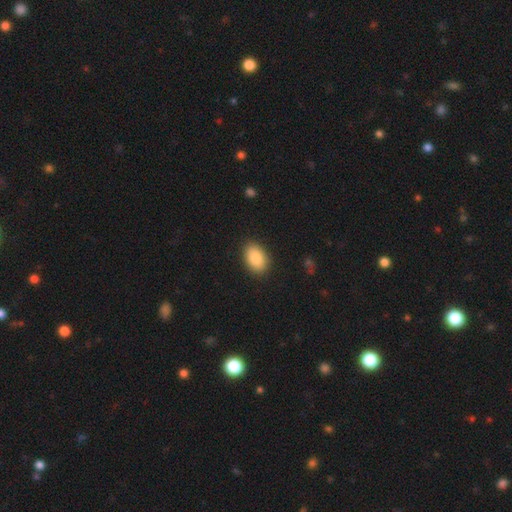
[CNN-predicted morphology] A smooth galaxy with no disk features (88%) that is in between round and cigar-shaped (88%). Merging: none (89%).